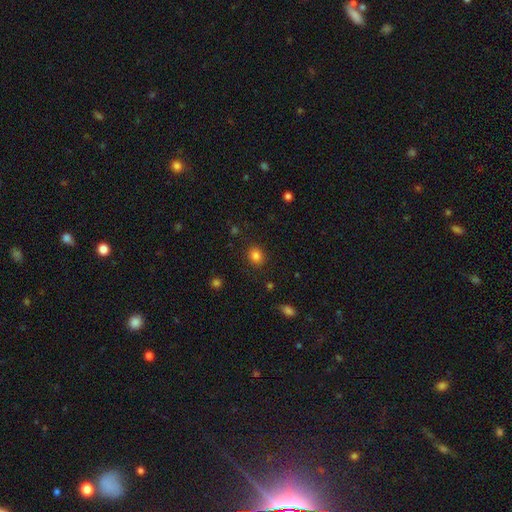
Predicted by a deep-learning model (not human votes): Smooth or featured? smooth (83%)
How rounded? round (68%)
Merging? none (88%)